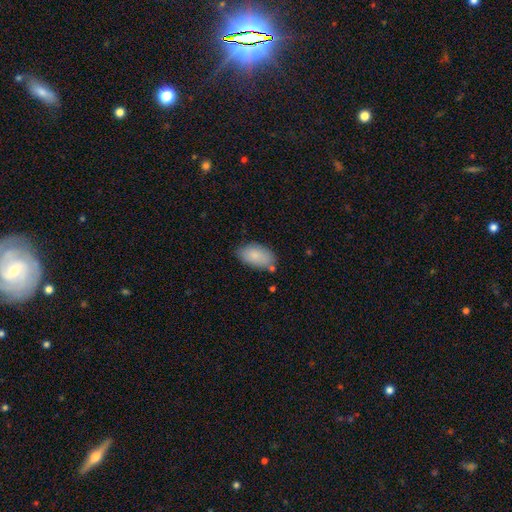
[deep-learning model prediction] Morphology: type=smooth (85%); roundness=in between (94%); merging=none (72%).